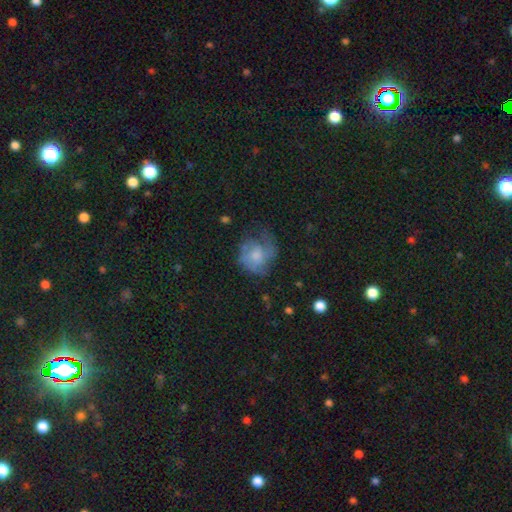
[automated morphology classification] This is possibly a featured or disk galaxy (49%). Merging: marginally none (41%).